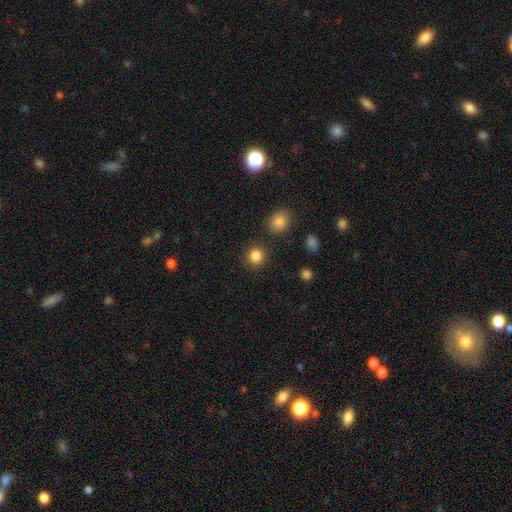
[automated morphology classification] This is clearly a smooth galaxy (85%). How rounded: clearly round (86%). Merging: clearly none (86%).